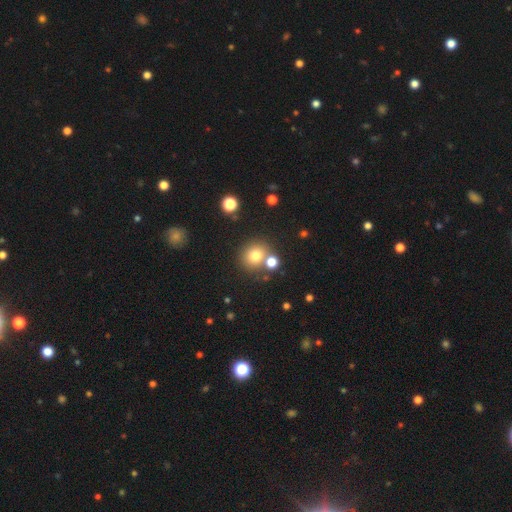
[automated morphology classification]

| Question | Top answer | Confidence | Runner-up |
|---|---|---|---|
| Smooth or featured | smooth | 76% | star or artifact (15%) |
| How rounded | round | 86% | in between (13%) |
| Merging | none | 70% | merger (18%) |